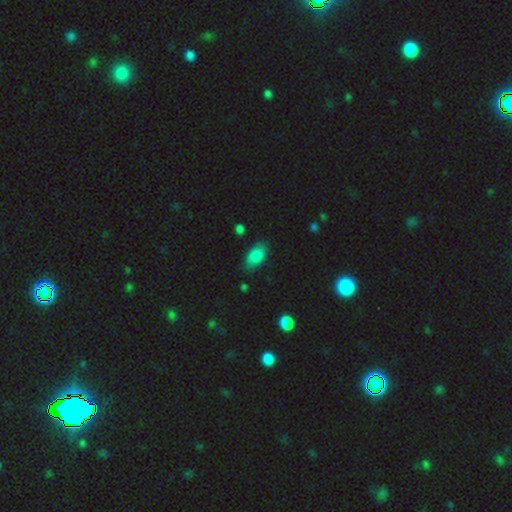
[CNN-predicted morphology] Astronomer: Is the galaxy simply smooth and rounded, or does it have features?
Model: smooth — 84%.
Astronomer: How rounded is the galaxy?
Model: in between — 91%.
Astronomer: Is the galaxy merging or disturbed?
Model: none — 78%.